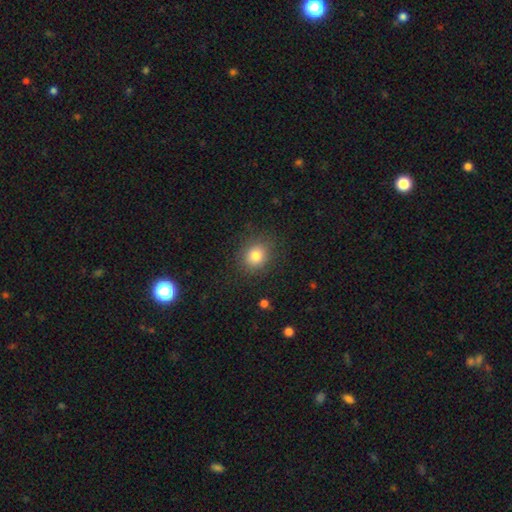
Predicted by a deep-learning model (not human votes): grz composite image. It shows a smooth galaxy with no disk features (80%) that is round (75%). Merging: none (86%).